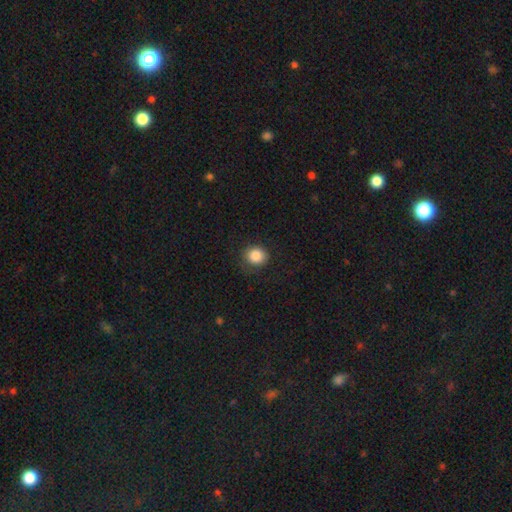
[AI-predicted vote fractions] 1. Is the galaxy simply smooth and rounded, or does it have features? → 86% smooth, 9% star or artifact, 5% featured or disk.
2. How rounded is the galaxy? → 81% round, 18% in between, 1% cigar-shaped.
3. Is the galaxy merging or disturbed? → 79% none, 15% minor disturbance, 5% major disturbance, 1% merger.